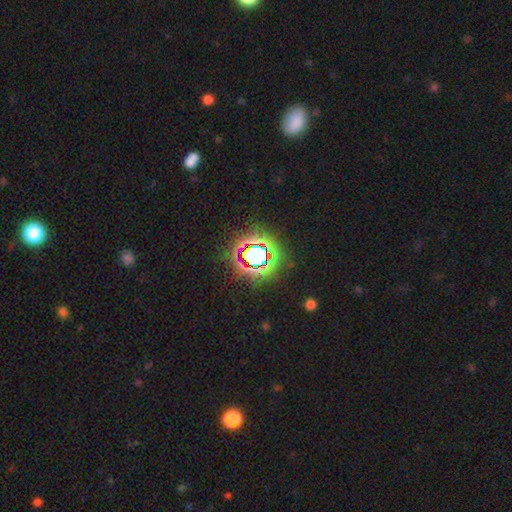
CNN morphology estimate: Overall: star or artifact (69%).